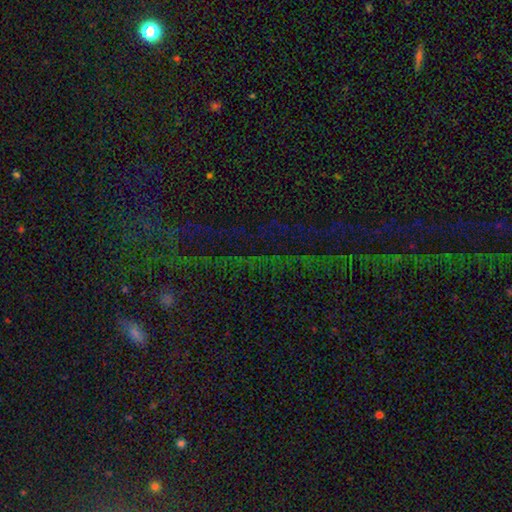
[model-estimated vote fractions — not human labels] Smooth or featured? Predicted: star or artifact (p=0.78).